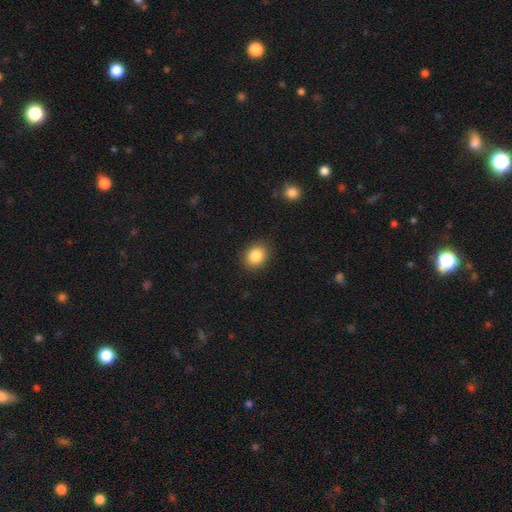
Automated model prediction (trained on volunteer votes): This is clearly a smooth galaxy (86%). How rounded: possibly round (55%). Merging: clearly none (89%).